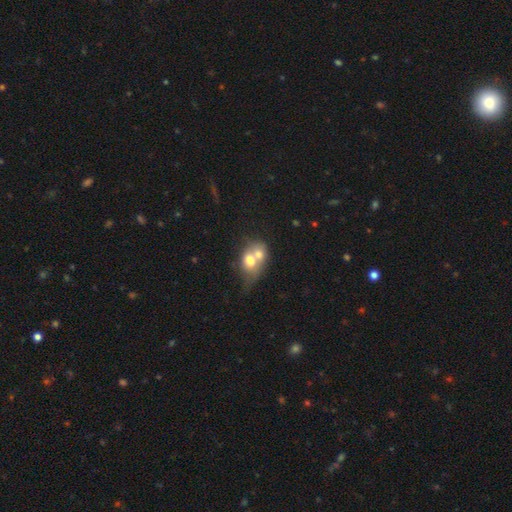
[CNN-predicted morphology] This is likely a smooth galaxy (65%). How rounded: possibly in between (53%). Merging: likely merger (73%).